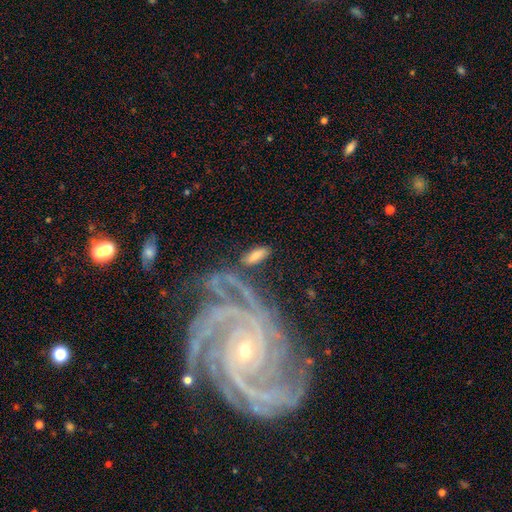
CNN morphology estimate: Smooth or featured? Predicted: smooth (p=0.72). How rounded? Predicted: in between (p=0.66). Merging? Predicted: none (p=0.69).